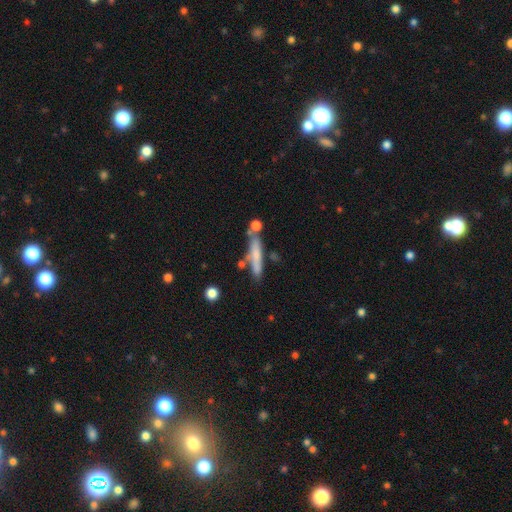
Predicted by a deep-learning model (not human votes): smooth_or_featured: smooth (p=0.61) [alt: featured or disk p=0.32]
how_rounded: cigar-shaped (p=0.88) [alt: in between p=0.10]
merging: none (p=0.63) [alt: minor disturbance p=0.17]